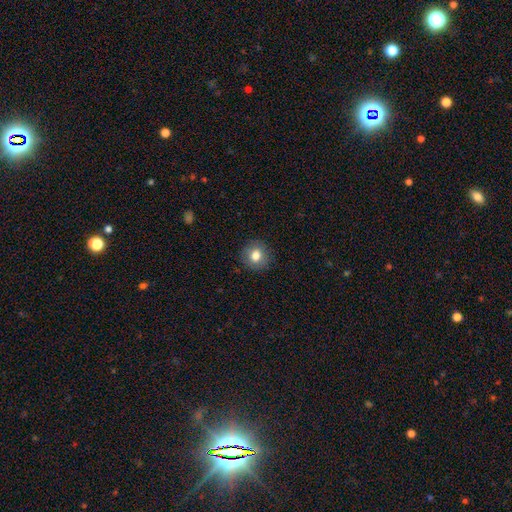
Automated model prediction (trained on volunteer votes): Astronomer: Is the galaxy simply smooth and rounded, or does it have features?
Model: smooth — 79%.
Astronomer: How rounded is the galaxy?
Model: round — 89%.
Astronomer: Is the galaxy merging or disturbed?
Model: none — 90%.